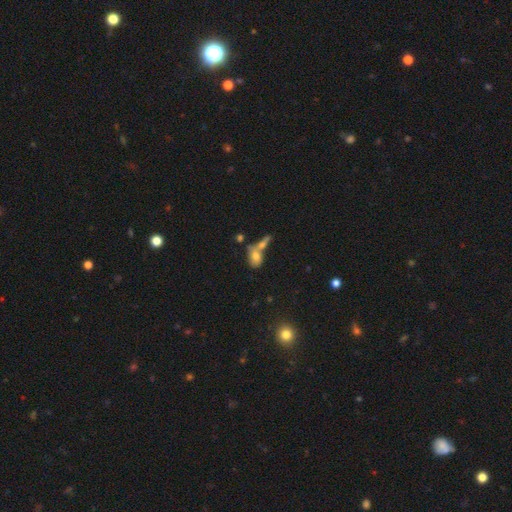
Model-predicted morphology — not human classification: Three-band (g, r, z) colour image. It shows a smooth galaxy with no disk features (68%) that is in between round and cigar-shaped (77%). Merging: merger (50%).